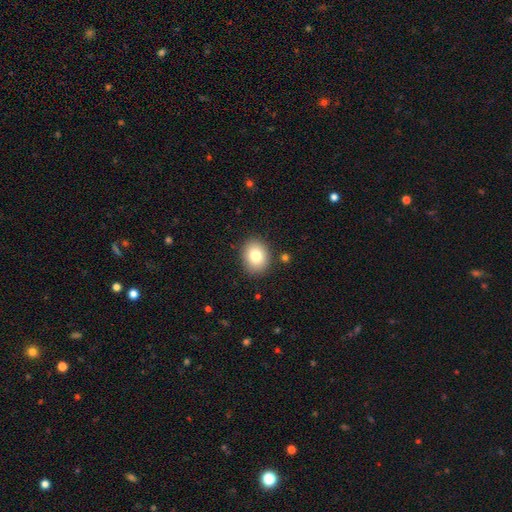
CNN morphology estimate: Smooth or featured? Predicted: smooth (p=0.79). How rounded? Predicted: round (p=0.54). Merging? Predicted: none (p=0.88).